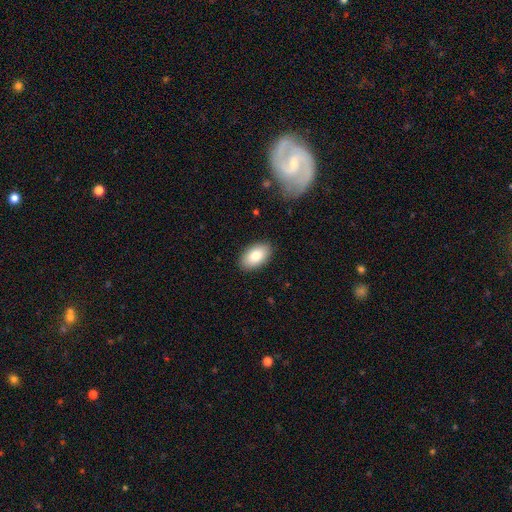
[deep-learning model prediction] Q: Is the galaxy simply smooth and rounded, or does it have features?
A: smooth — 82%.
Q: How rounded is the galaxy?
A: in between — 94%.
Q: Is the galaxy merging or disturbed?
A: none — 88%.